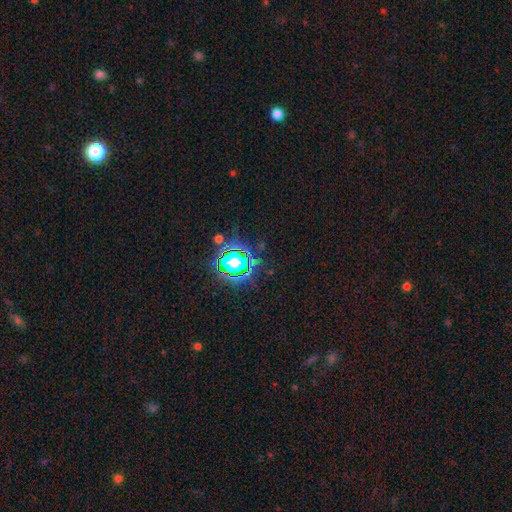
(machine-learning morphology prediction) Smooth or featured? Predicted: star or artifact (p=0.81).